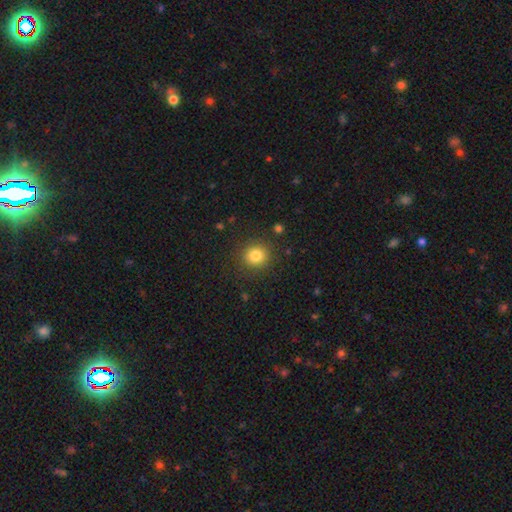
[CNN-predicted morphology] Smooth or featured?
  - smooth: 82% *
  - star or artifact: 12%
  - featured or disk: 6%
How rounded?
  - round: 88% *
  - in between: 11%
  - cigar-shaped: 1%
Merging?
  - none: 88% *
  - minor disturbance: 8%
  - major disturbance: 3%
  - merger: 1%